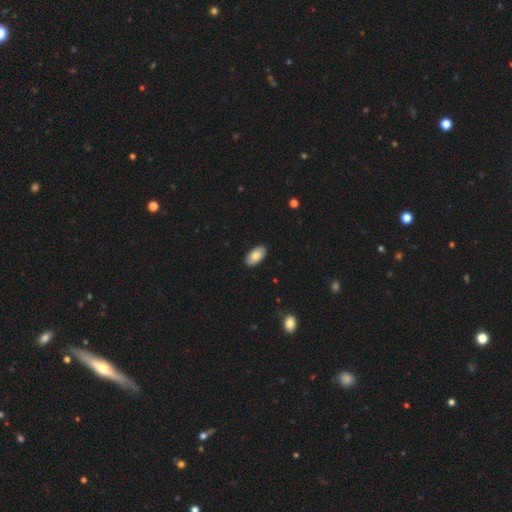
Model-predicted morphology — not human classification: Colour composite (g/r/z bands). It shows a smooth galaxy with no disk features (82%) that is in between round and cigar-shaped (95%). Merging: none (89%).